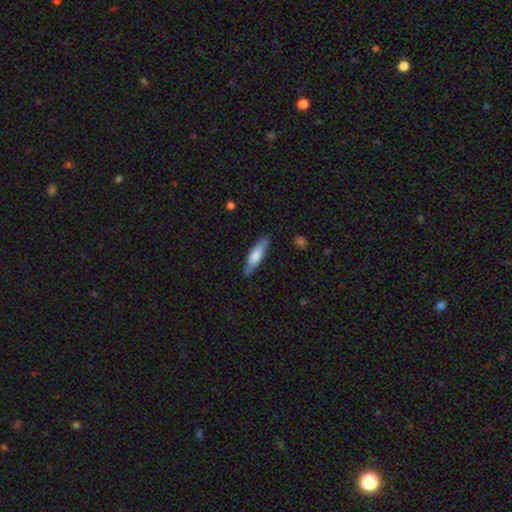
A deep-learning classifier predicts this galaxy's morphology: smooth_or_featured: smooth (p=0.67) [alt: featured or disk p=0.27]
how_rounded: cigar-shaped (p=0.70) [alt: in between p=0.28]
merging: none (p=0.85) [alt: minor disturbance p=0.12]